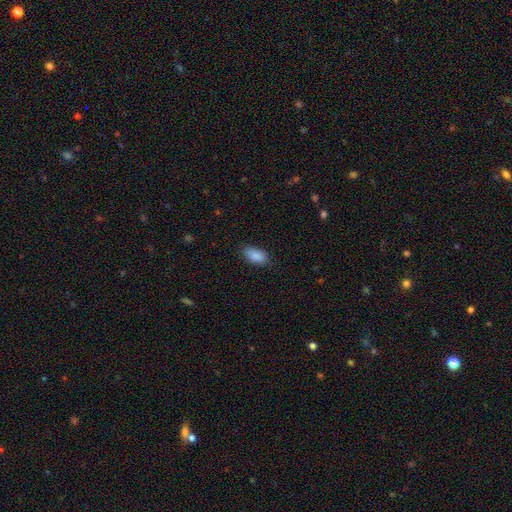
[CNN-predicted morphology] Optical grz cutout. It shows a smooth galaxy with no disk features (89%) that is in between round and cigar-shaped (92%). Merging: none (81%).